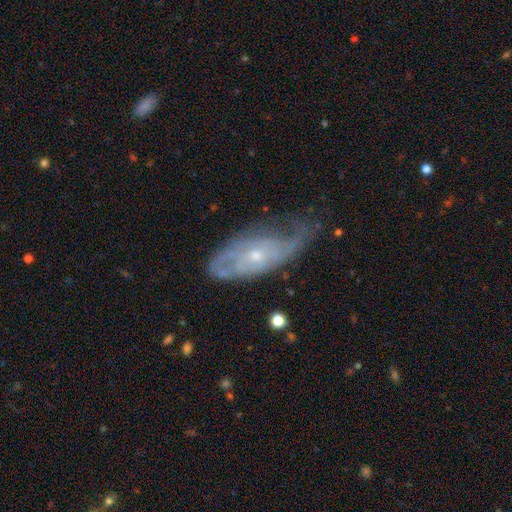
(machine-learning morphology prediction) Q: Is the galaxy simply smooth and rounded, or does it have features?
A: featured or disk — 76%.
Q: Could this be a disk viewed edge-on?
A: no — 89%.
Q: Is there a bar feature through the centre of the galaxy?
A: no — 75%.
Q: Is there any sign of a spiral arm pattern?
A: yes — 85%.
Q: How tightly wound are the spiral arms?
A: tight — 46%.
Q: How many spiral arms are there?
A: can't tell — 43%.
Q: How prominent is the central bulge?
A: small — 68%.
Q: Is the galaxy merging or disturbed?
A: none — 45%.